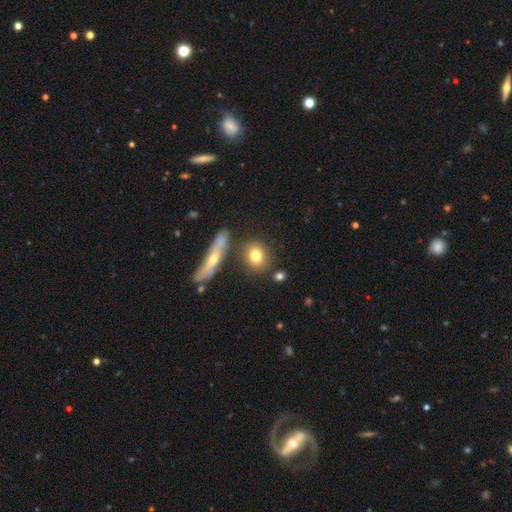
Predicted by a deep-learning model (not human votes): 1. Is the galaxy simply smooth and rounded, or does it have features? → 76% smooth, 14% featured or disk, 9% star or artifact.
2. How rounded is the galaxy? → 66% round, 28% in between, 6% cigar-shaped.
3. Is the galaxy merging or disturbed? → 77% none, 10% minor disturbance, 9% merger, 4% major disturbance.